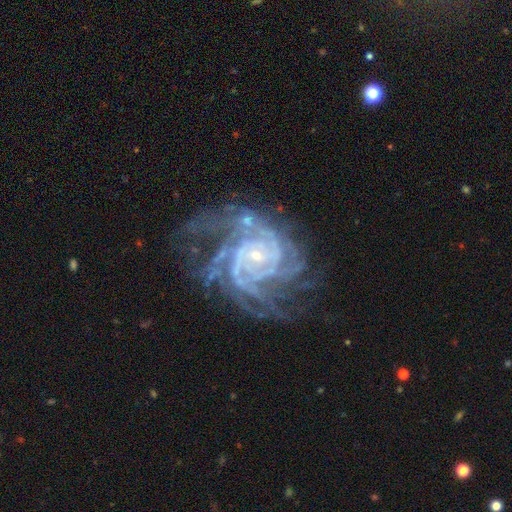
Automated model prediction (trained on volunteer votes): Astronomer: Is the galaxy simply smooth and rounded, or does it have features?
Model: featured or disk — 92%.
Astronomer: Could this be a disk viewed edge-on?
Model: no — 98%.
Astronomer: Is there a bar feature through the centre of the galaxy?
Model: no — 61%.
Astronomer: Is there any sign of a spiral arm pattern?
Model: yes — 98%.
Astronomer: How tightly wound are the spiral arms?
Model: tight — 67%.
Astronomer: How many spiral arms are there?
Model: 4 — 27% (runner-up: more than 4, 21%).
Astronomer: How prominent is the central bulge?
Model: small — 84%.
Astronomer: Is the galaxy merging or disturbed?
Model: none — 63%.